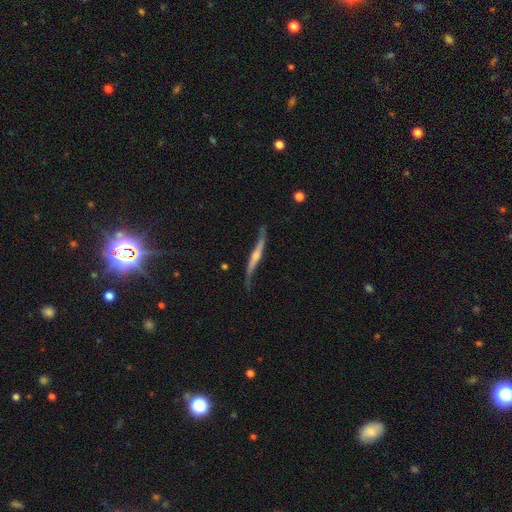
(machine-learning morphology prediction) Smooth or featured?
  - featured or disk: 82% *
  - smooth: 11%
  - star or artifact: 7%
Edge-on disk?
  - yes: 79% *
  - no: 21%
Edge-on bulge?
  - rounded: 77% *
  - none: 15%
  - boxy: 8%
Merging?
  - none: 67% *
  - minor disturbance: 22%
  - major disturbance: 8%
  - merger: 3%